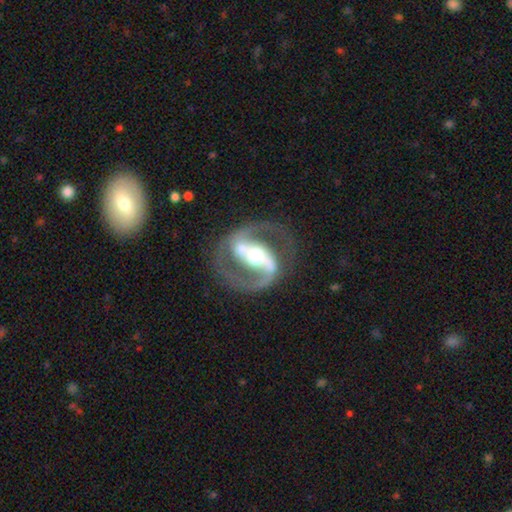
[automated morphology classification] Smooth or featured?
  - featured or disk: 90% *
  - smooth: 5%
  - star or artifact: 4%
Edge-on disk?
  - no: 97% *
  - yes: 3%
Bar?
  - strong: 66% *
  - weak: 21%
  - no: 13%
Spiral arms?
  - yes: 94% *
  - no: 6%
Spiral winding?
  - medium: 62% *
  - loose: 20%
  - tight: 18%
Spiral arm count?
  - 2: 92% *
  - 1: 2%
  - can't tell: 2%
  - 3: 1%
  - 4: 1%
  - more than 4: 1%
Bulge size?
  - moderate: 67% *
  - large: 19%
  - small: 10%
  - dominant: 2%
  - none: 1%
Merging?
  - none: 77% *
  - minor disturbance: 12%
  - major disturbance: 9%
  - merger: 2%